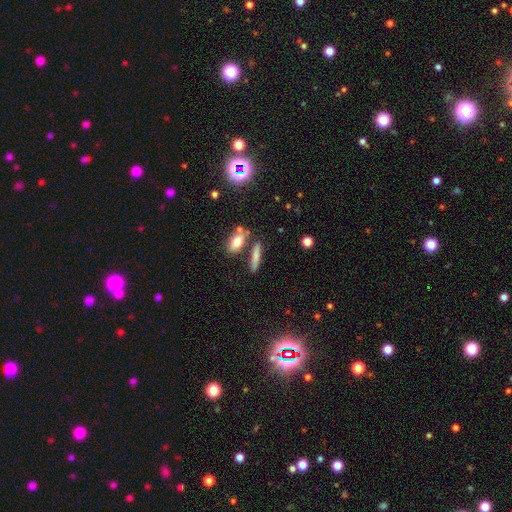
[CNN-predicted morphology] The model was most divided on "smooth or featured": smooth: 72%, featured or disk: 19%, star or artifact: 9%. More confident: how rounded — cigar-shaped (76%); merging — none (71%).